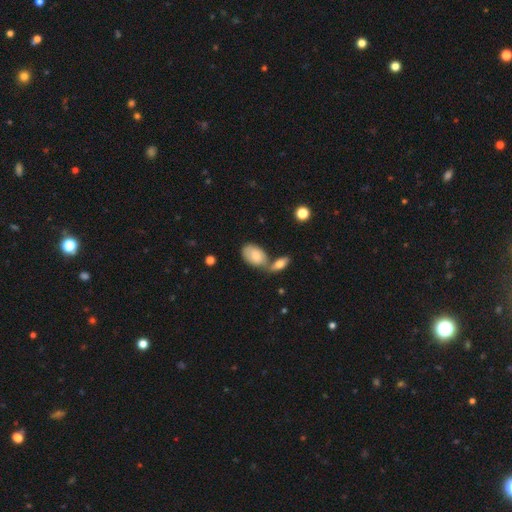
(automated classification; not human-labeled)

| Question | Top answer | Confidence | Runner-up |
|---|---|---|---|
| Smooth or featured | smooth | 77% | featured or disk (17%) |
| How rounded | in between | 92% | round (5%) |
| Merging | none | 41% | merger (39%) |